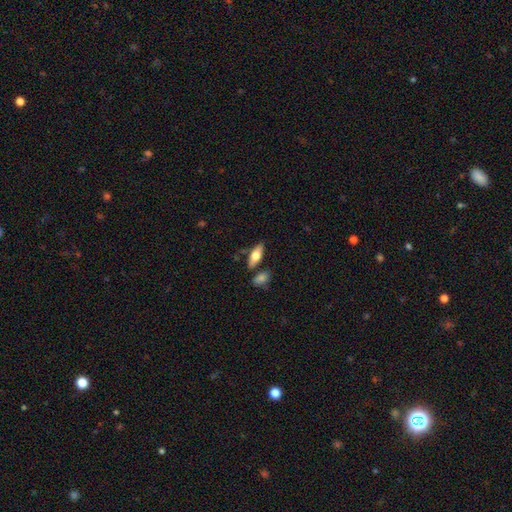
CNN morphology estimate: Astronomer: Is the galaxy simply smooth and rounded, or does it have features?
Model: smooth — 63%.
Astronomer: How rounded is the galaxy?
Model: in between — 73%.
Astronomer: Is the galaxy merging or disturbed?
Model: none — 77%.